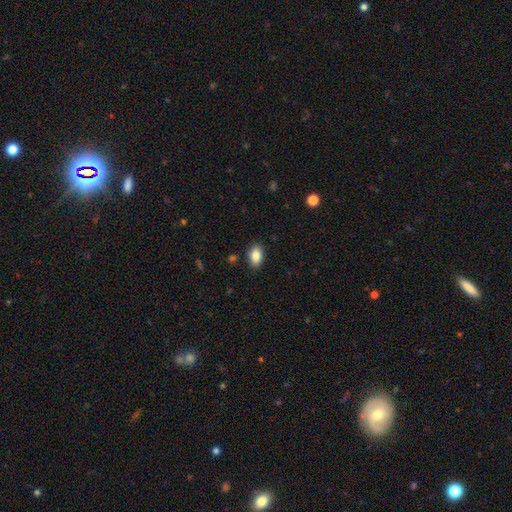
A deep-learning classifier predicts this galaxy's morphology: Smooth or featured?
  - smooth: 86% *
  - star or artifact: 8%
  - featured or disk: 6%
How rounded?
  - in between: 89% *
  - round: 10%
  - cigar-shaped: 2%
Merging?
  - none: 86% *
  - minor disturbance: 10%
  - major disturbance: 2%
  - merger: 2%